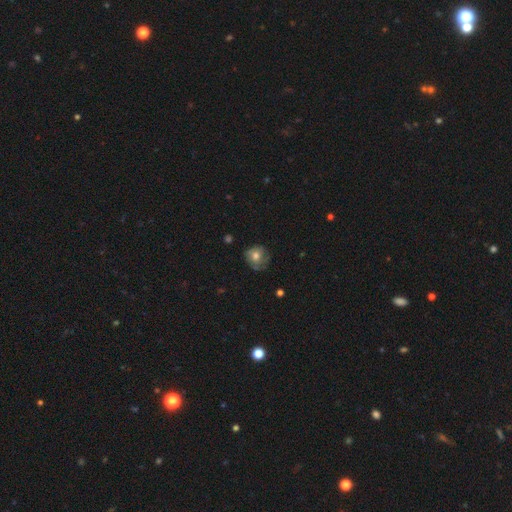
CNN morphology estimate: Overall: smooth (64%; featured or disk 26%). How rounded: round (81%). Merging: none (62%; minor disturbance 26%).